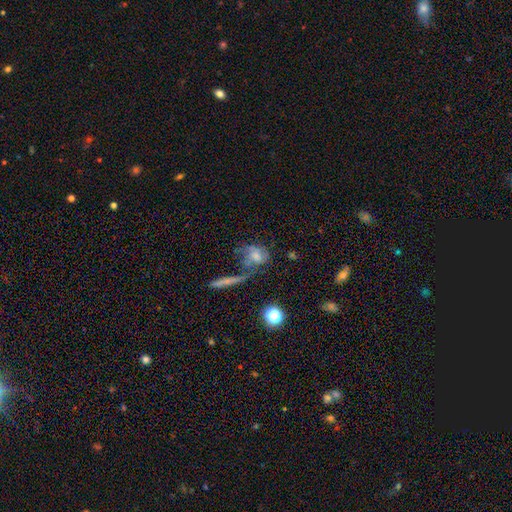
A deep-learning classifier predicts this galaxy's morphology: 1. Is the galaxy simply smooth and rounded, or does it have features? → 50% smooth, 35% featured or disk, 15% star or artifact.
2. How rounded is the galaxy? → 53% in between, 41% round, 6% cigar-shaped.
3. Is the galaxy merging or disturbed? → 31% none, 27% merger, 25% major disturbance, 17% minor disturbance.